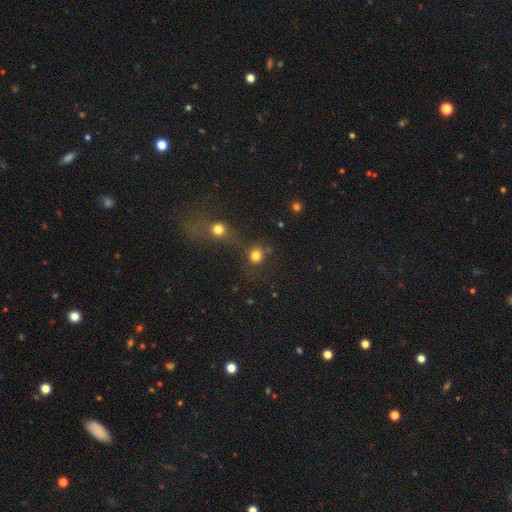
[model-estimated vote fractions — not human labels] Q: Smooth or featured?
A: smooth (78%); runner-up: star or artifact (16%)
Q: How rounded?
A: round (86%); runner-up: in between (13%)
Q: Merging?
A: none (59%); runner-up: merger (25%)